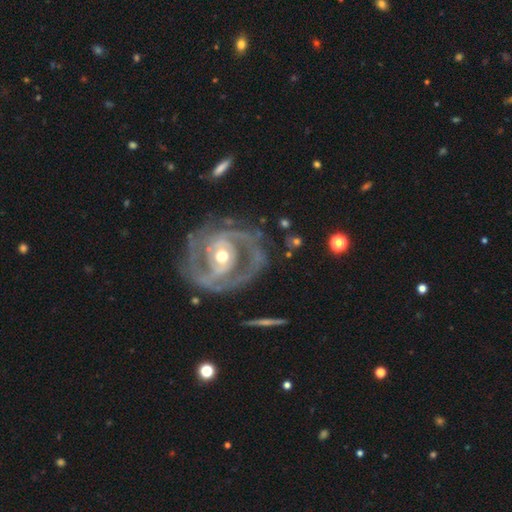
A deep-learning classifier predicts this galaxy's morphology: This appears to be a featured or disk galaxy (89%) with a weak bar (35%, tied with no), 2 (57%) tight (52%) spiral arms (91%) and a moderate central bulge (65%). Merging: none (69%).